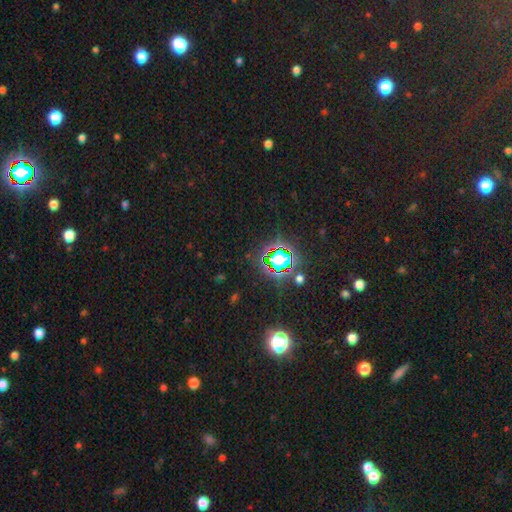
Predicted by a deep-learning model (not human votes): A star or artifact, not a galaxy (80%).